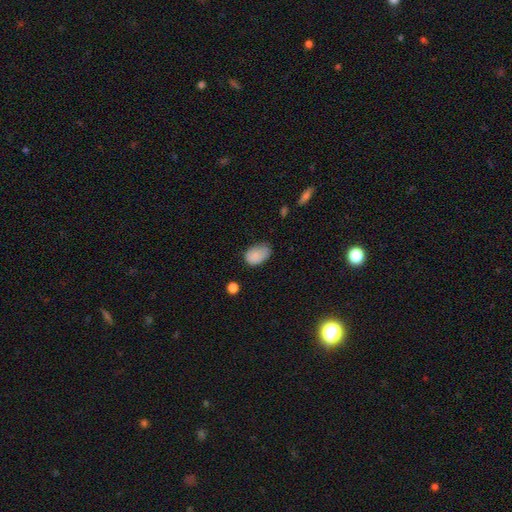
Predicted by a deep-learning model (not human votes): This is clearly a smooth galaxy (86%). How rounded: clearly in between (86%). Merging: possibly none (50%).